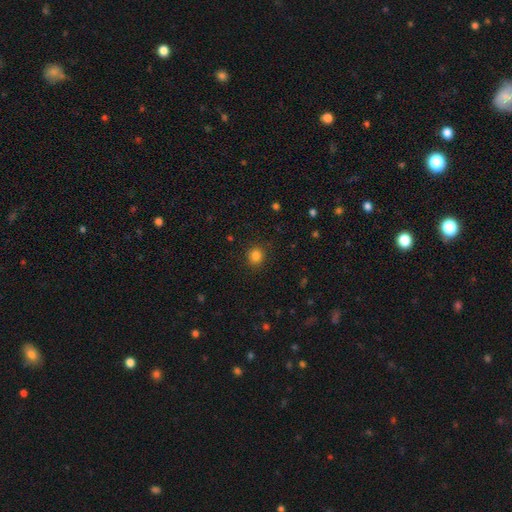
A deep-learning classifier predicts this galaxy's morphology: Q: Smooth or featured?
A: smooth (83%); runner-up: star or artifact (12%)
Q: How rounded?
A: round (87%); runner-up: in between (12%)
Q: Merging?
A: none (90%); runner-up: minor disturbance (7%)